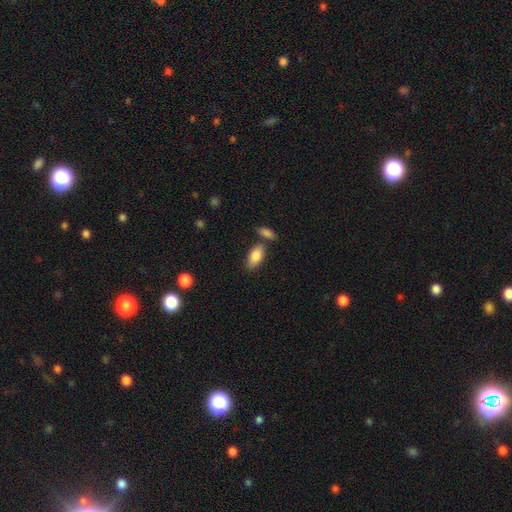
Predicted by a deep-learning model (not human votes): The model was most divided on "merging": none: 67%, merger: 16%, minor disturbance: 14%, major disturbance: 4%. More confident: how rounded — in between (91%); smooth or featured — smooth (85%).